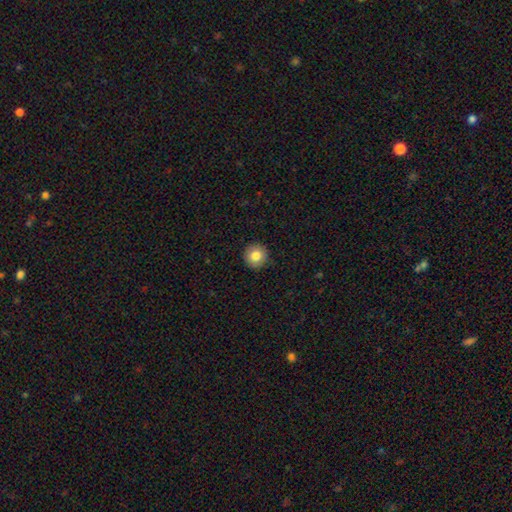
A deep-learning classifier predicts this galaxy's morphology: smooth 82%, star or artifact 9%, featured or disk 8%. Down the decision tree: how rounded — round (95%); merging — none (92%).